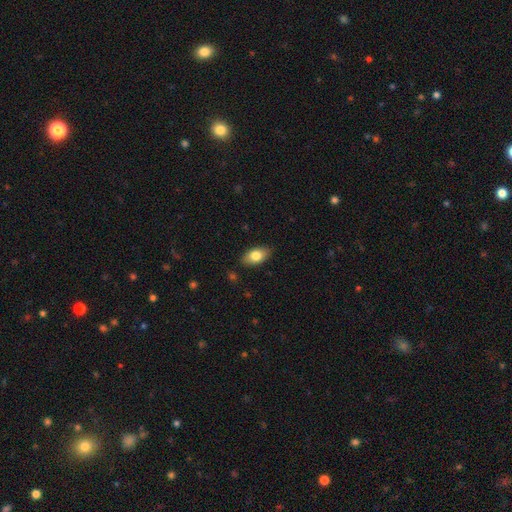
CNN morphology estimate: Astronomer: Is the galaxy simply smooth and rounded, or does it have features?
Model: smooth — 79%.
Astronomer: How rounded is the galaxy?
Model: in between — 92%.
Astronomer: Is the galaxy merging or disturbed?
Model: none — 86%.